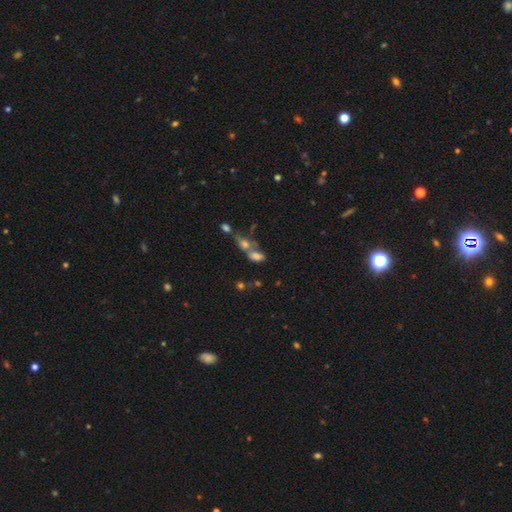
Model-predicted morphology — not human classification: This appears to be a smooth galaxy with no disk features (65%) that is in between round and cigar-shaped (83%). Merging: merger (56%).